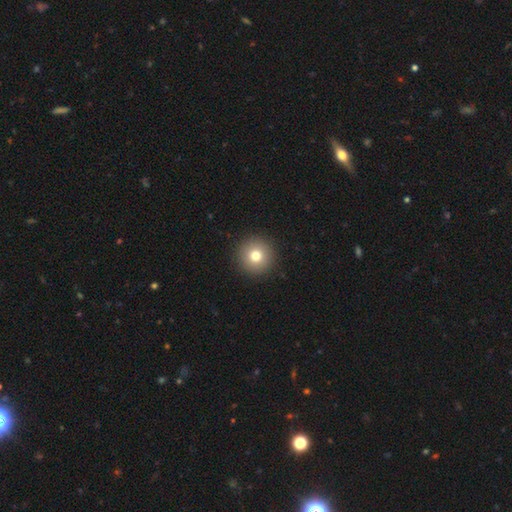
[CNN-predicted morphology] The model was most divided on "smooth or featured": smooth: 77%, featured or disk: 12%, star or artifact: 11%. More confident: how rounded — round (96%); merging — none (93%).